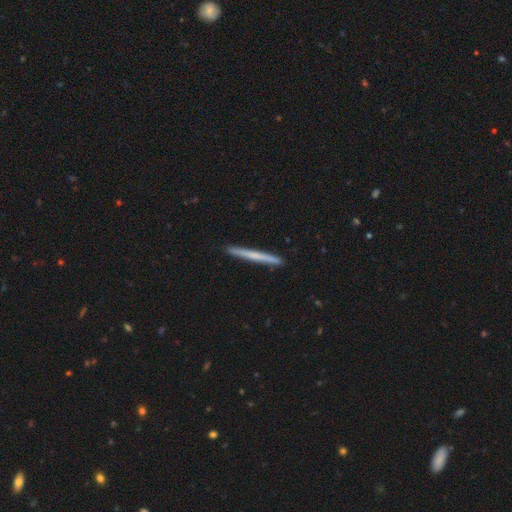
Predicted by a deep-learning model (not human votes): Smooth or featured?
  - smooth: 53% *
  - featured or disk: 41%
  - star or artifact: 5%
How rounded?
  - cigar-shaped: 97% *
  - in between: 1%
  - round: 1%
Merging?
  - none: 93% *
  - minor disturbance: 5%
  - major disturbance: 1%
  - merger: 1%